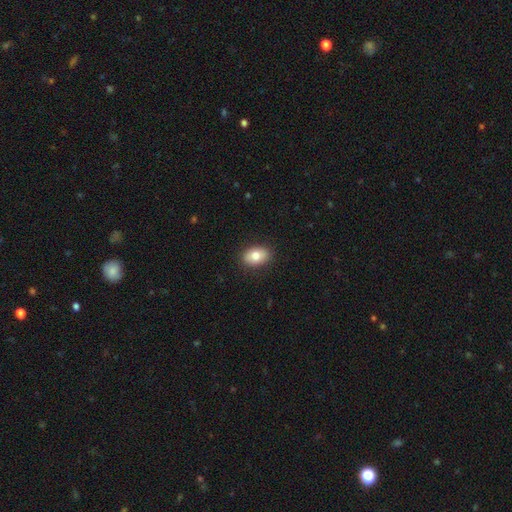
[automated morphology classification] A smooth galaxy with no disk features (80%) that is in between round and cigar-shaped (83%). Merging: none (88%).